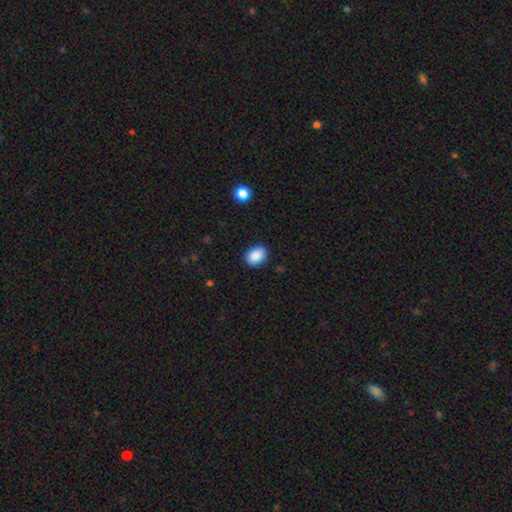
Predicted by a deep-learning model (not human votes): This is clearly a smooth galaxy (89%). How rounded: likely in between (79%). Merging: clearly none (88%).